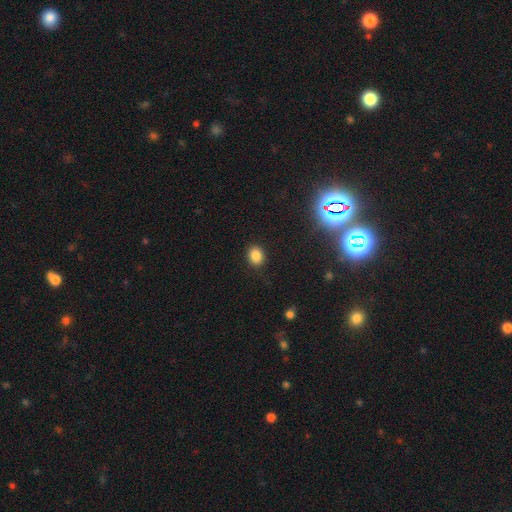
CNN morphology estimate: Smooth or featured? Predicted: smooth (p=0.84). How rounded? Predicted: round (p=0.50). Merging? Predicted: none (p=0.88).